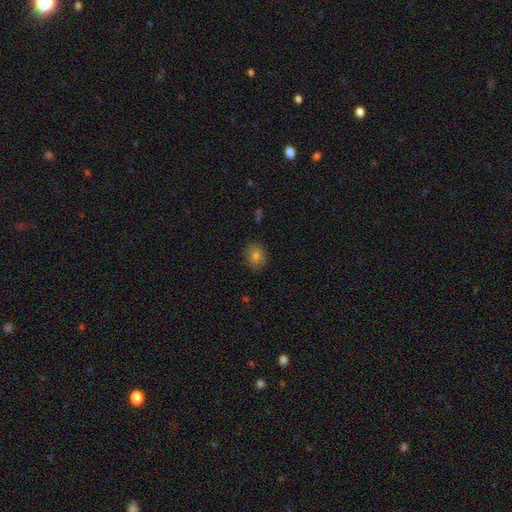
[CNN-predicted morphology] Overall: smooth (78%). How rounded: round (66%; in between 33%). Merging: none (87%).